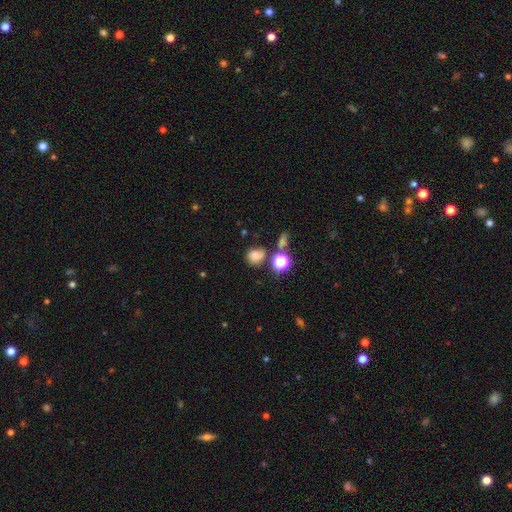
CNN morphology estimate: Smooth or featured?
  - smooth: 74% *
  - star or artifact: 18%
  - featured or disk: 9%
How rounded?
  - round: 72% *
  - in between: 27%
  - cigar-shaped: 1%
Merging?
  - none: 63% *
  - minor disturbance: 16%
  - merger: 15%
  - major disturbance: 6%